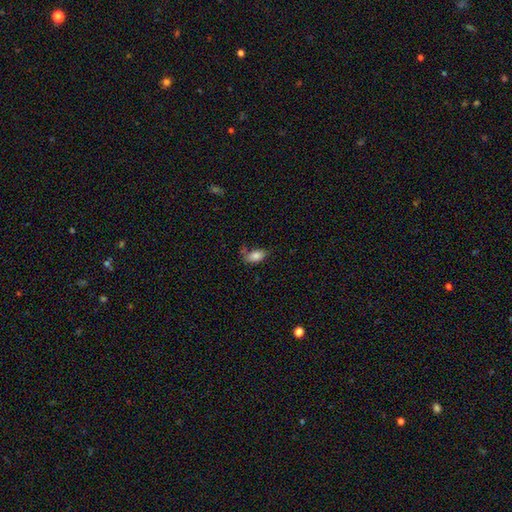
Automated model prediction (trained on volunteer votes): This is clearly a smooth galaxy (83%). How rounded: clearly in between (91%). Merging: possibly none (56%).